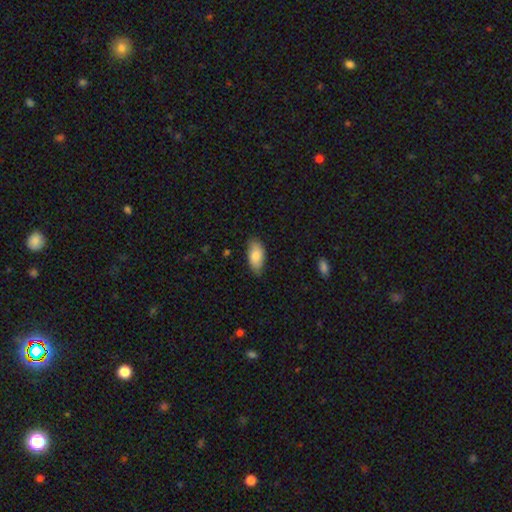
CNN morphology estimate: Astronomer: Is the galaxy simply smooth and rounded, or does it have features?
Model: smooth — 83%.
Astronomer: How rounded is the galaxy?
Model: in between — 93%.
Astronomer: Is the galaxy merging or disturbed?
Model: none — 77%.